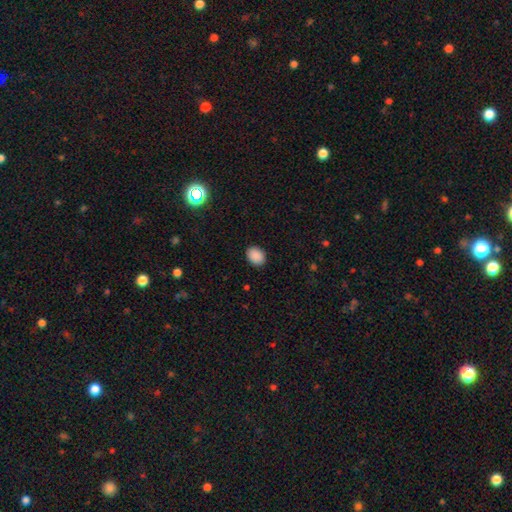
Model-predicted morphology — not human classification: This is clearly a smooth galaxy (89%). How rounded: likely in between (61%). Merging: clearly none (89%).